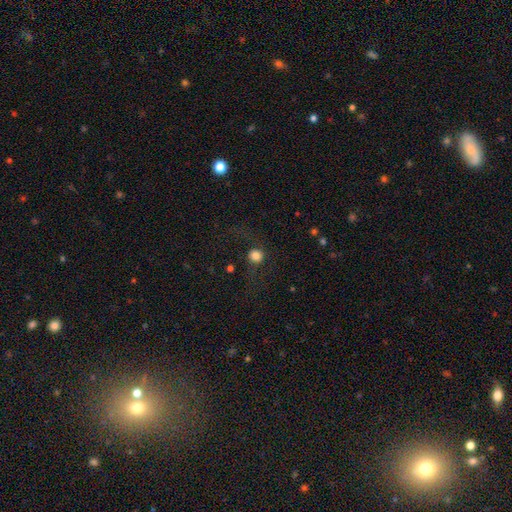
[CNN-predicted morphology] A smooth galaxy with no disk features (75%) that is round (93%). Merging: none (76%).